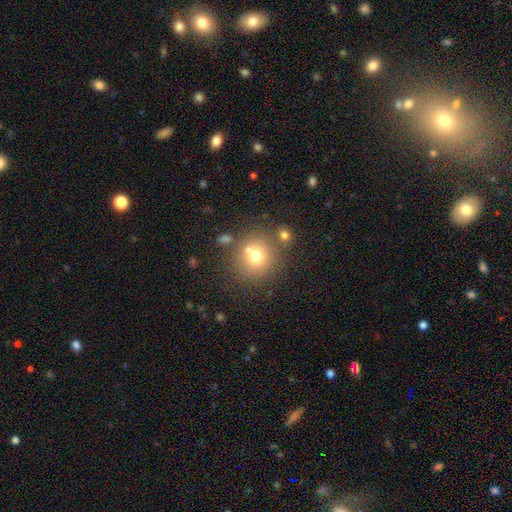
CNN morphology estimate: Smooth or featured: smooth — 71% (featured or disk — 15%)
How rounded: round — 88% (in between — 11%)
Merging: none — 68% (merger — 16%)